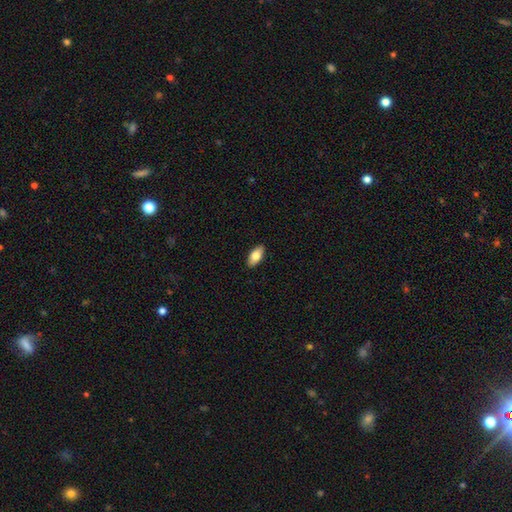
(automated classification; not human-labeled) smooth-or-featured: smooth: 78% | featured or disk: 16% | star or artifact: 6%
  how-rounded: in between: 91% | cigar-shaped: 6% | round: 3%
  merging: none: 90% | minor disturbance: 8% | major disturbance: 2% | merger: 1%